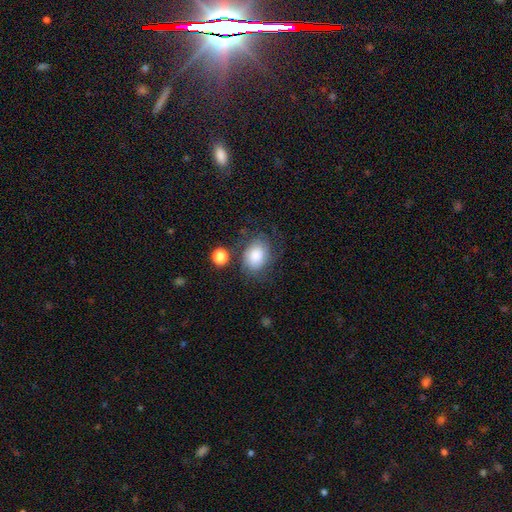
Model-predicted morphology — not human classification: Smooth or featured? Predicted: smooth (p=0.74). How rounded? Predicted: in between (p=0.67). Merging? Predicted: none (p=0.60).